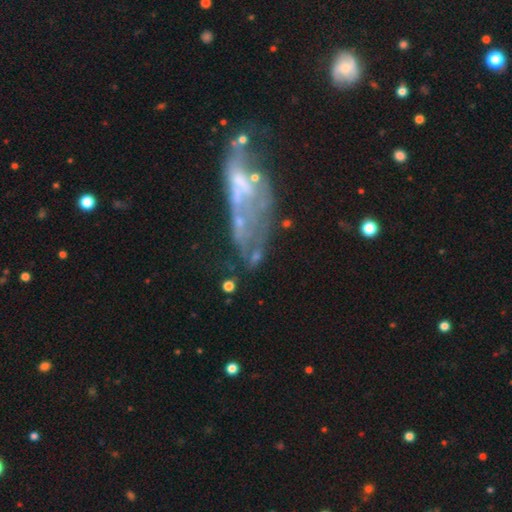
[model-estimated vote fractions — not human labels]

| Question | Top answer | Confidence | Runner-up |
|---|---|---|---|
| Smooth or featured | featured or disk | 59% | smooth (26%) |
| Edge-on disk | no | 88% | yes (12%) |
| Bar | no | 76% | weak (16%) |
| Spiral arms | no | 69% | yes (31%) |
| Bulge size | none | 51% | small (24%) |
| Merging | none | 32% | major disturbance (29%) |